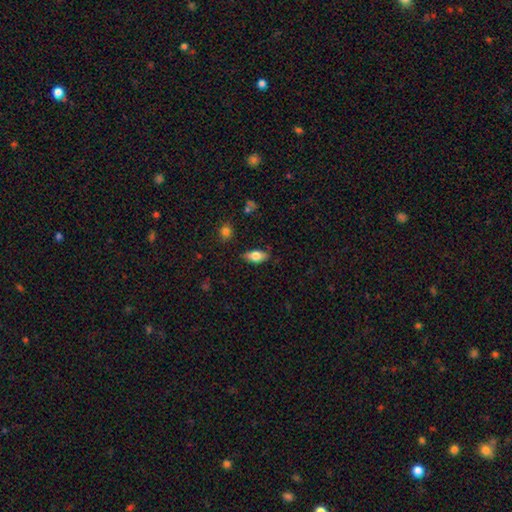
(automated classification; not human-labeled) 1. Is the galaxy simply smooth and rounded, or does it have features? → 72% smooth, 21% featured or disk, 7% star or artifact.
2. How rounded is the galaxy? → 85% in between, 10% cigar-shaped, 4% round.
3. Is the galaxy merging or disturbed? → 83% none, 13% minor disturbance, 3% major disturbance, 1% merger.